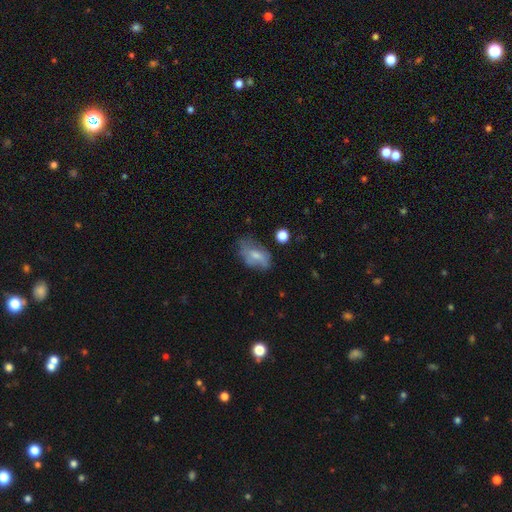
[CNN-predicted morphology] Smooth or featured? smooth (61%)
How rounded? in between (88%)
Merging? none (47%)